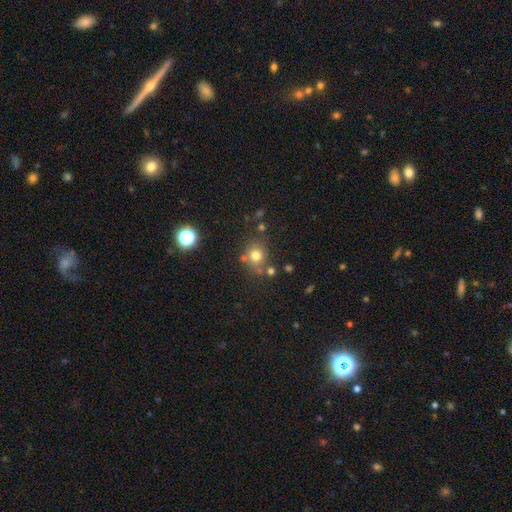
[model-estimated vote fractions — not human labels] Q: Smooth or featured?
A: smooth (73%); runner-up: star or artifact (17%)
Q: How rounded?
A: round (81%); runner-up: in between (18%)
Q: Merging?
A: none (70%); runner-up: minor disturbance (14%)